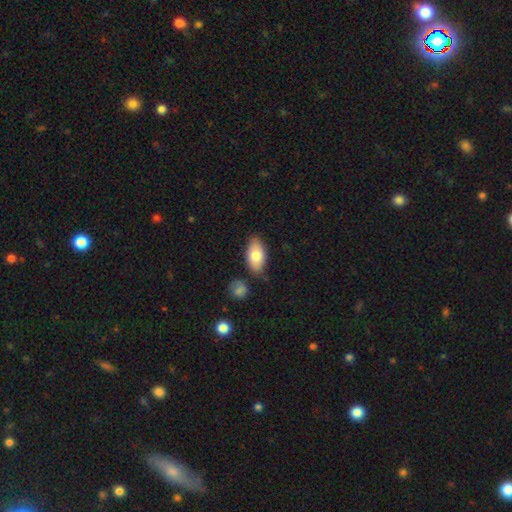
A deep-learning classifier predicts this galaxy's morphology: Smooth or featured: smooth — 76% (featured or disk — 17%)
How rounded: in between — 92% (round — 4%)
Merging: none — 76% (minor disturbance — 15%)